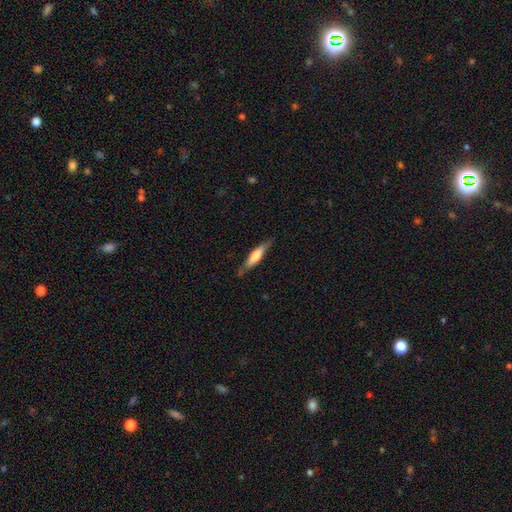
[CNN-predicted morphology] Smooth or featured?
  - smooth: 55% *
  - featured or disk: 40%
  - star or artifact: 5%
How rounded?
  - cigar-shaped: 78% *
  - in between: 20%
  - round: 2%
Merging?
  - none: 75% *
  - minor disturbance: 19%
  - major disturbance: 4%
  - merger: 2%